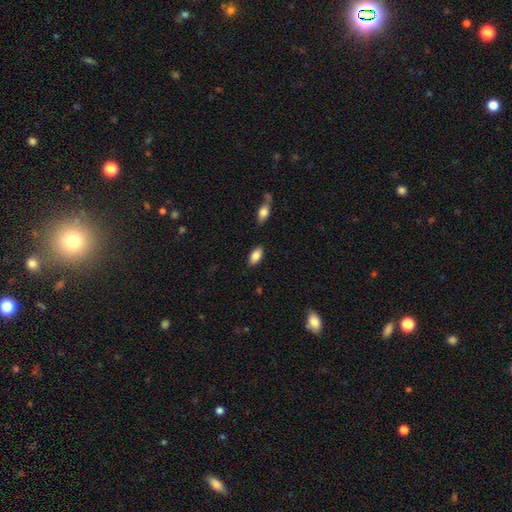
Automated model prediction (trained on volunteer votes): The model was most divided on "smooth or featured": smooth: 83%, featured or disk: 10%, star or artifact: 7%. More confident: how rounded — in between (91%); merging — none (85%).